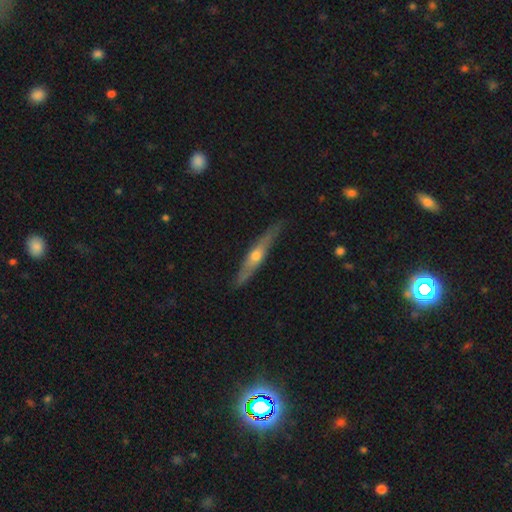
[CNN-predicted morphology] A featured or disk galaxy (64%) viewed edge-on (92%) with a rounded central bulge (87%). Merging: none (83%).